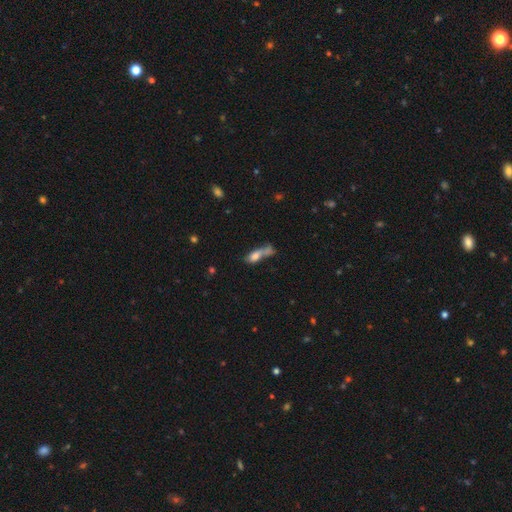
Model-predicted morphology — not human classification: This is likely a smooth galaxy (67%). How rounded: possibly in between (58%). Merging: marginally merger (43%).